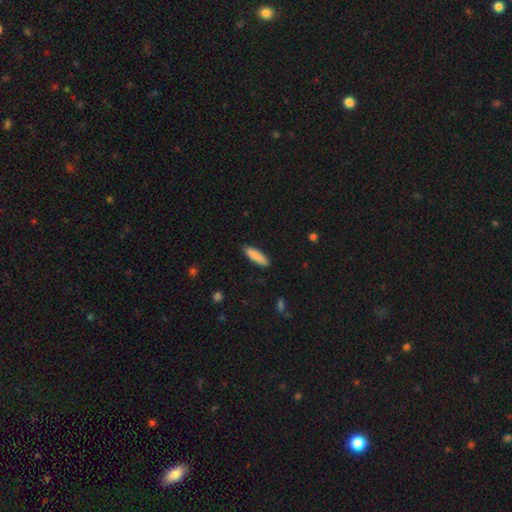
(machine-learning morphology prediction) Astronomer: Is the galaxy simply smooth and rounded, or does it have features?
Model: smooth — 88%.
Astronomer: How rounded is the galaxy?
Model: cigar-shaped — 64%.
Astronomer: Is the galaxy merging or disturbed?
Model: none — 88%.